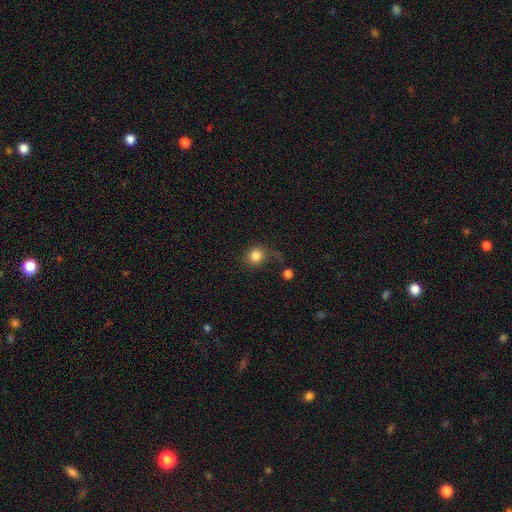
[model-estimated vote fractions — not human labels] Morphology: type=smooth (83%); roundness=round (83%); merging=none (71%).